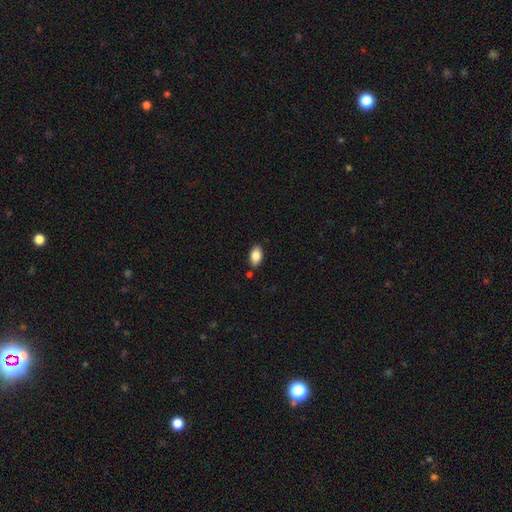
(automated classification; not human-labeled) A smooth galaxy with no disk features (86%) that is in between round and cigar-shaped (92%).

Vote fractions:
- Smooth or featured? smooth: 86% / star or artifact: 8% / featured or disk: 7%
- How rounded? in between: 92% / round: 6% / cigar-shaped: 2%
- Merging? none: 85% / minor disturbance: 10% / merger: 3% / major disturbance: 2%